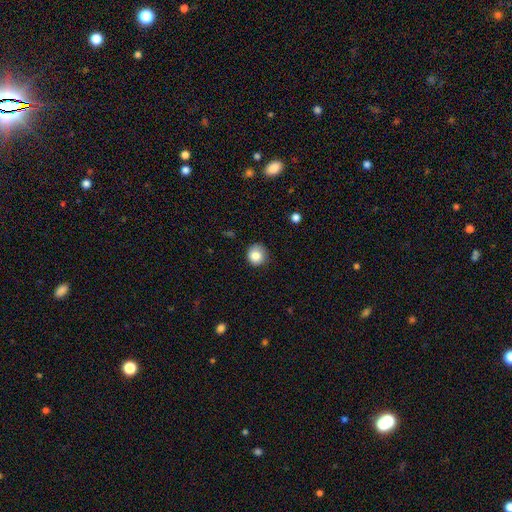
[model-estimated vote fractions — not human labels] Smooth or featured? smooth (84%)
How rounded? round (90%)
Merging? none (78%)